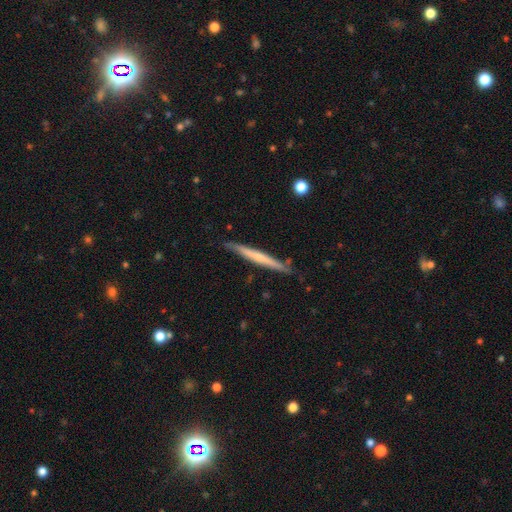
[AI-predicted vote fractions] This appears to be a featured or disk galaxy (51%) viewed edge-on (96%). Merging: none (86%).